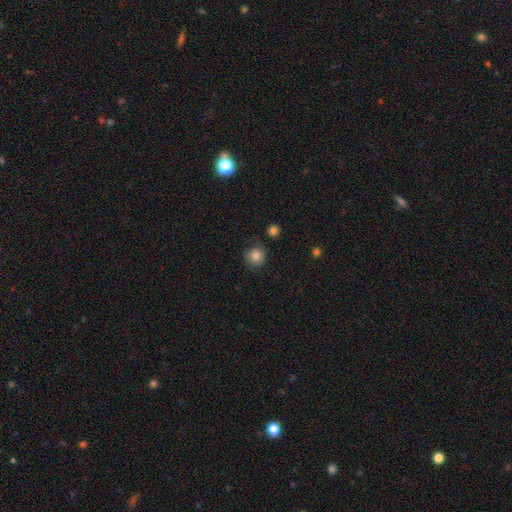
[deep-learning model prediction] A smooth galaxy with no disk features (83%) that is round (90%). Merging: none (77%).